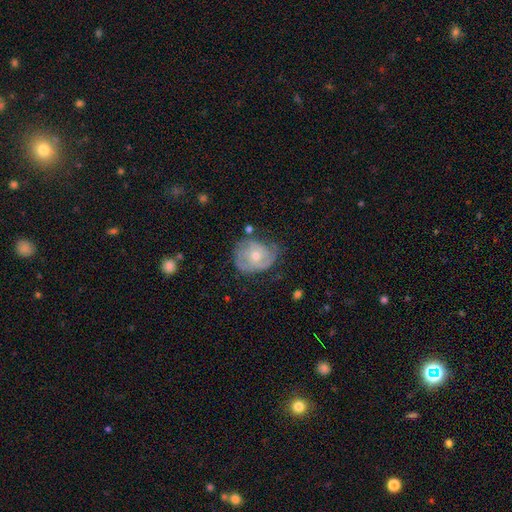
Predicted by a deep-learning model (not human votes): featured or disk 67%, smooth 26%, star or artifact 7%. Down the decision tree: edge-on disk — no (97%); bar — no (79%); spiral arms — yes (77%); spiral arm count — can't tell (36%); spiral winding — tight (59%); bulge size — moderate (56%); merging — none (52%).